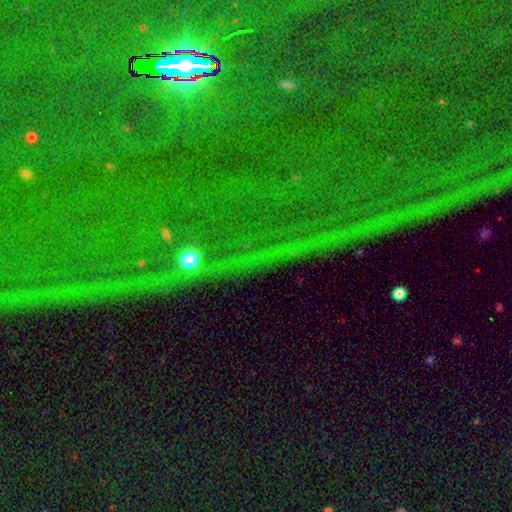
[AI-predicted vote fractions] A star or artifact, not a galaxy (83%).